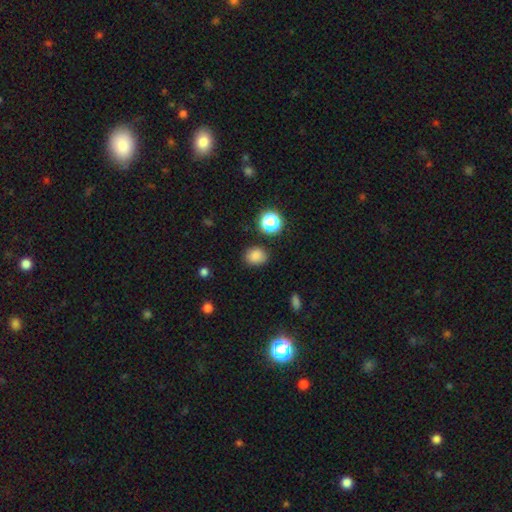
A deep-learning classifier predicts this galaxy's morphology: Overall: smooth (81%). How rounded: round (54%; in between 45%). Merging: none (82%).